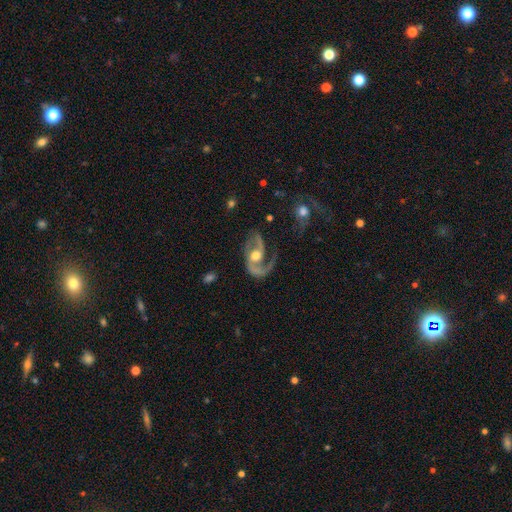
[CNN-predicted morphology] Smooth or featured? featured or disk (88%)
Edge-on disk? no (97%)
Bar? no (52%)
Spiral arms? yes (95%)
Spiral winding? medium (46%)
Spiral arm count? 2 (76%)
Bulge size? moderate (72%)
Merging? none (48%)